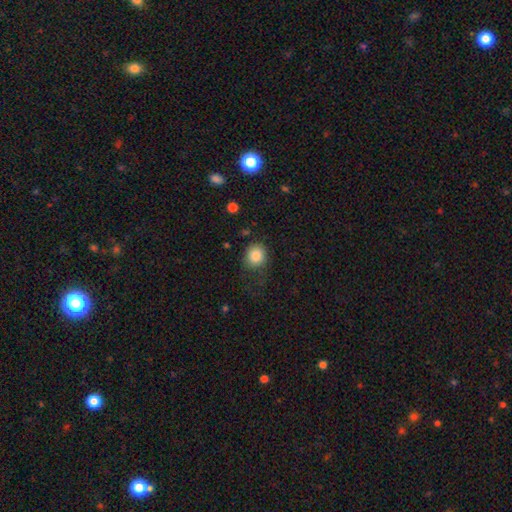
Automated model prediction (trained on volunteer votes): smooth_or_featured: smooth (p=0.84) [alt: star or artifact p=0.10]
how_rounded: round (p=0.80) [alt: in between p=0.19]
merging: none (p=0.71) [alt: minor disturbance p=0.19]